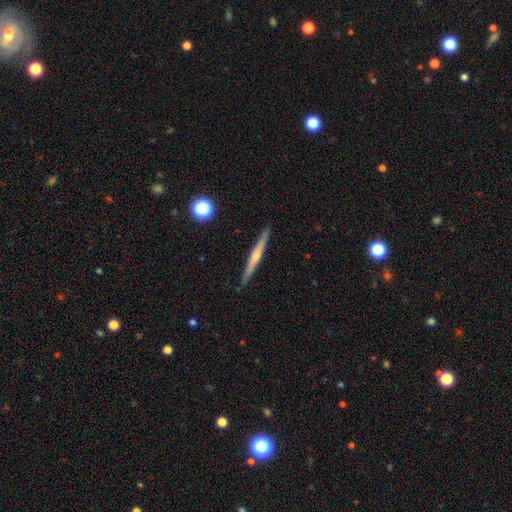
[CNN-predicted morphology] A featured or disk galaxy (71%) viewed edge-on (98%) with a rounded central bulge (75%). Merging: none (91%).